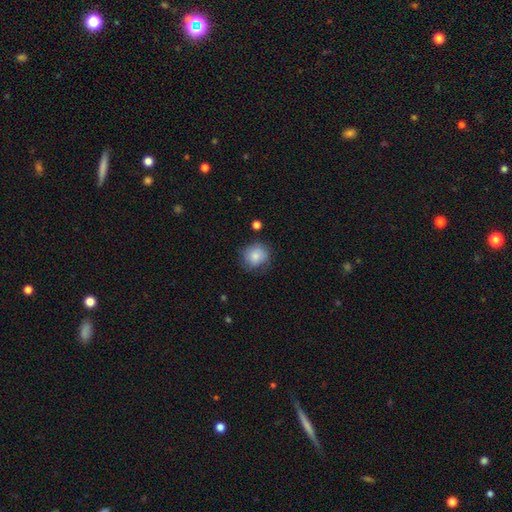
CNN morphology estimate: Q: Smooth or featured?
A: smooth (81%); runner-up: featured or disk (12%)
Q: How rounded?
A: round (83%); runner-up: in between (16%)
Q: Merging?
A: none (69%); runner-up: minor disturbance (22%)